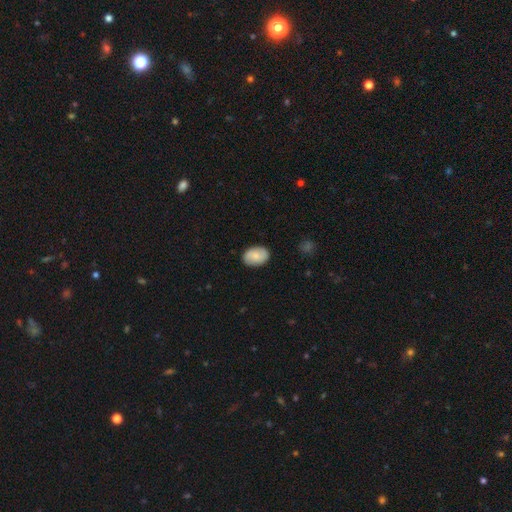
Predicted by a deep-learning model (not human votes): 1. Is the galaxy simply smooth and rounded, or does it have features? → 75% smooth, 19% featured or disk, 7% star or artifact.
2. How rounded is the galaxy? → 85% in between, 14% round, 1% cigar-shaped.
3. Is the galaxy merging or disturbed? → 85% none, 11% minor disturbance, 2% major disturbance, 1% merger.